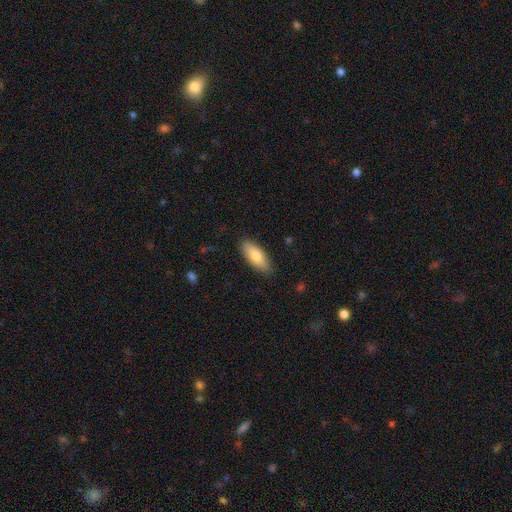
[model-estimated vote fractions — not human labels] Overall: smooth (79%). How rounded: in between (73%). Merging: none (87%).